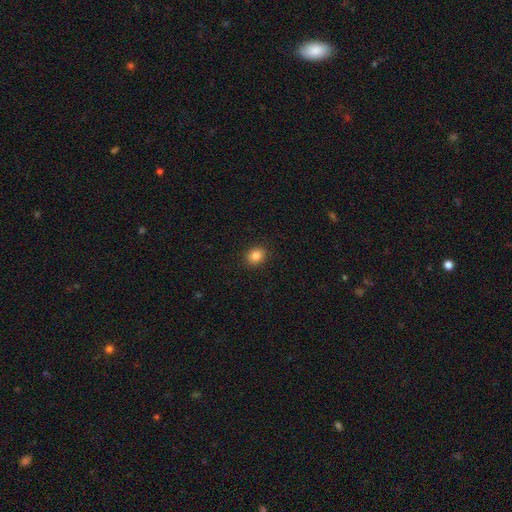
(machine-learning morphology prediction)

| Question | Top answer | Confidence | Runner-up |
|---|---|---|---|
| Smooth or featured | smooth | 85% | star or artifact (10%) |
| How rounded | round | 61% | in between (38%) |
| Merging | none | 90% | minor disturbance (7%) |